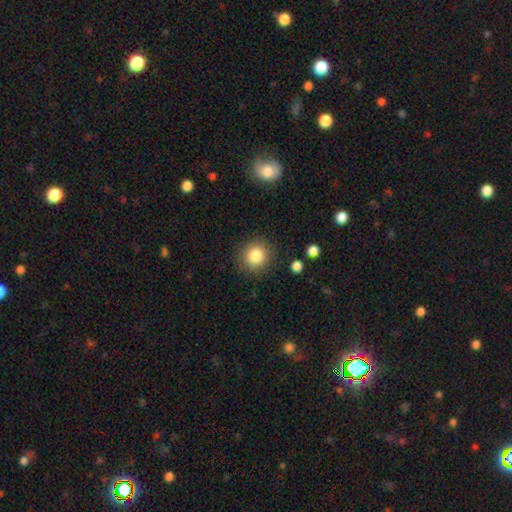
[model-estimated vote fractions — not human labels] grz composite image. It shows a smooth galaxy with no disk features (83%) that is round (89%). Merging: none (88%).